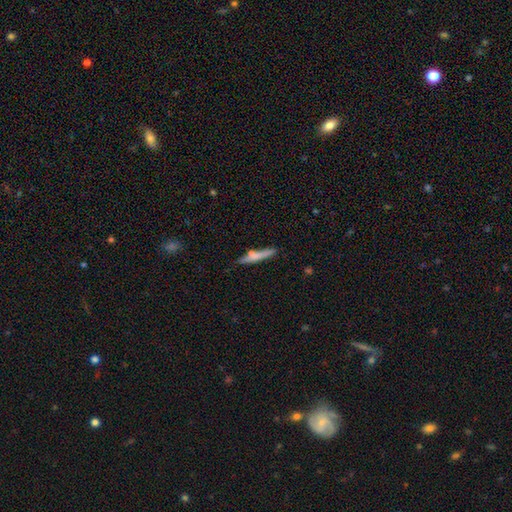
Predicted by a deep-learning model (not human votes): A smooth galaxy with no disk features (63%) that is cigar-shaped (91%). Merging: none (70%).